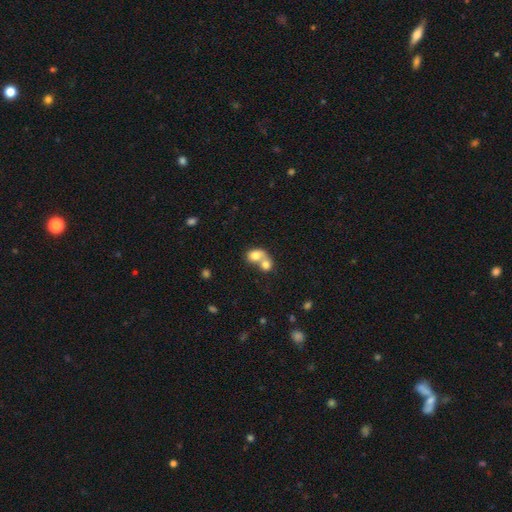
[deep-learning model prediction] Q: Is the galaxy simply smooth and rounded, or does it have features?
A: smooth — 75%.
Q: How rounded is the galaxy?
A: in between — 52%.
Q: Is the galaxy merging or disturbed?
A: merger — 74%.